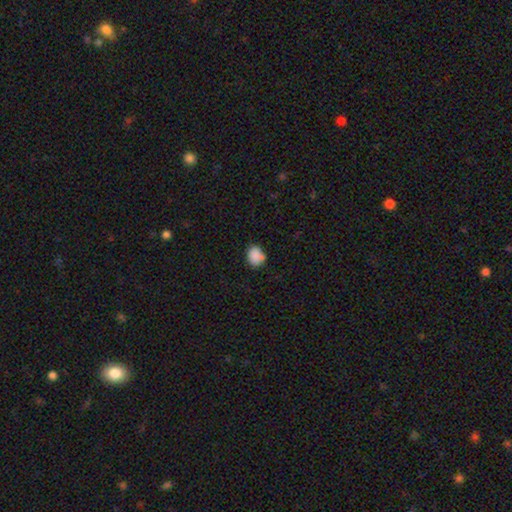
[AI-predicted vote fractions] Smooth or featured?
  - smooth: 86% *
  - star or artifact: 9%
  - featured or disk: 5%
How rounded?
  - round: 55% *
  - in between: 44%
  - cigar-shaped: 1%
Merging?
  - none: 67% *
  - minor disturbance: 22%
  - merger: 6%
  - major disturbance: 5%